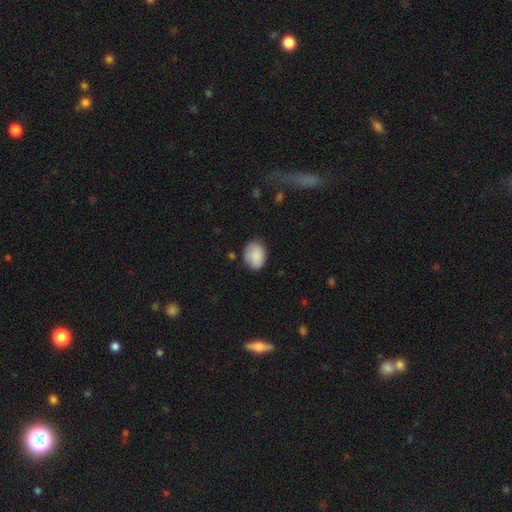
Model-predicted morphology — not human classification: A smooth galaxy with no disk features (85%) that is in between round and cigar-shaped (59%). Merging: none (70%).